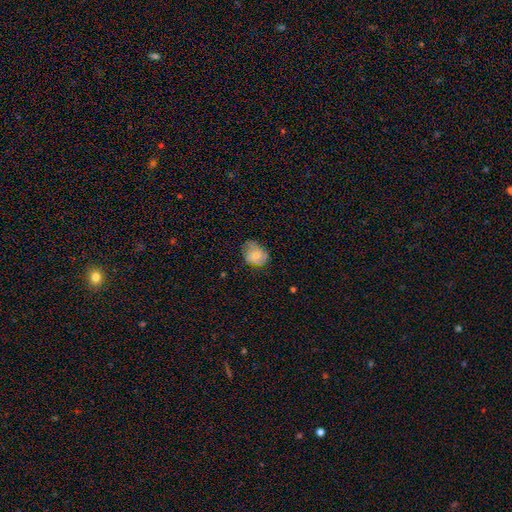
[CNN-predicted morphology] This is possibly a smooth galaxy (57%). How rounded: possibly in between (54%). Merging: possibly none (55%).